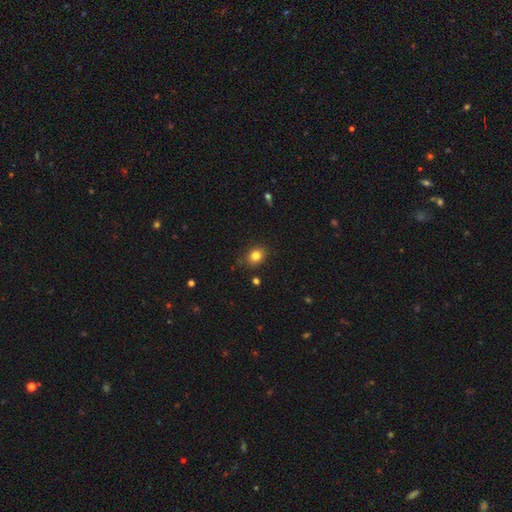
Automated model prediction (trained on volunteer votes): Smooth or featured: smooth — 81% (star or artifact — 12%)
How rounded: round — 57% (in between — 42%)
Merging: none — 84% (minor disturbance — 12%)